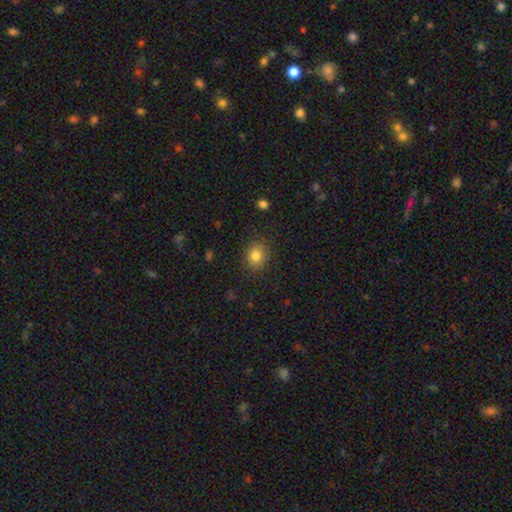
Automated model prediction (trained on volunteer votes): smooth 83%, star or artifact 11%, featured or disk 7%. Down the decision tree: how rounded — round (64%); merging — none (84%).